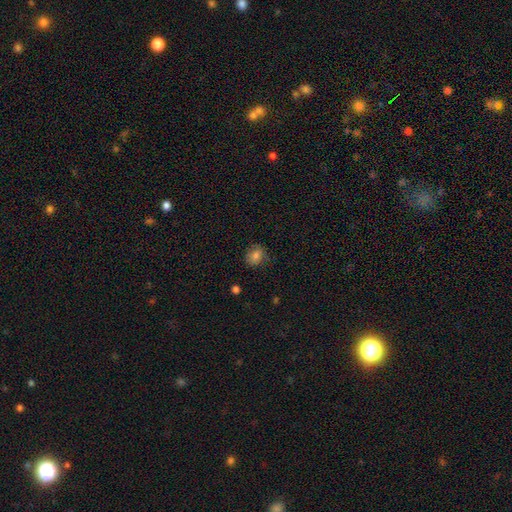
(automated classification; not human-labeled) This appears to be a smooth galaxy with no disk features (80%) that is round (59%). Merging: none (74%).